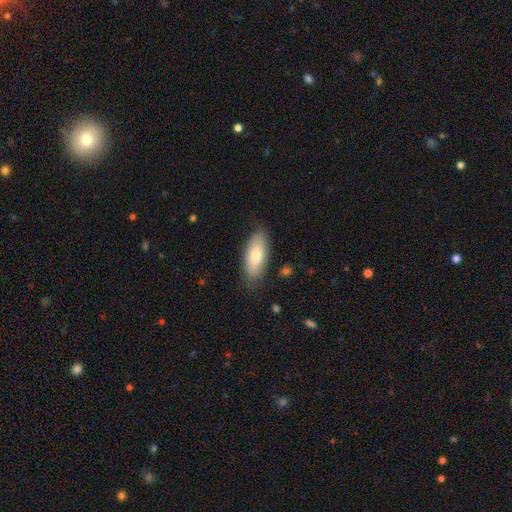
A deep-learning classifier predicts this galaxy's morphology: Smooth or featured: smooth — 76% (featured or disk — 18%)
How rounded: in between — 76% (cigar-shaped — 22%)
Merging: none — 83% (minor disturbance — 13%)